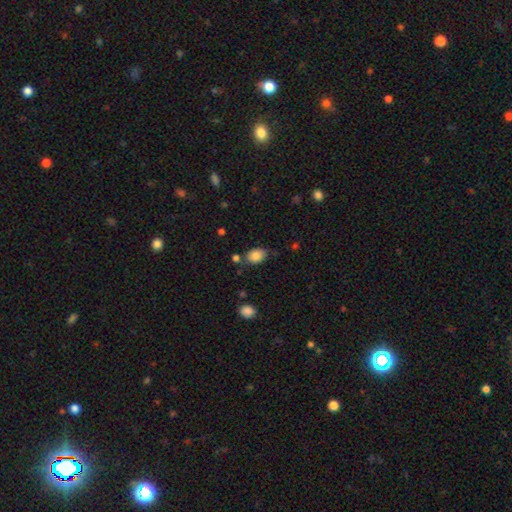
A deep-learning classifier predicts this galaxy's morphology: A smooth galaxy with no disk features (84%) that is in between round and cigar-shaped (77%).

Vote fractions:
- Smooth or featured? smooth: 84% / star or artifact: 8% / featured or disk: 7%
- How rounded? in between: 77% / round: 22% / cigar-shaped: 1%
- Merging? none: 70% / minor disturbance: 19% / merger: 7% / major disturbance: 4%